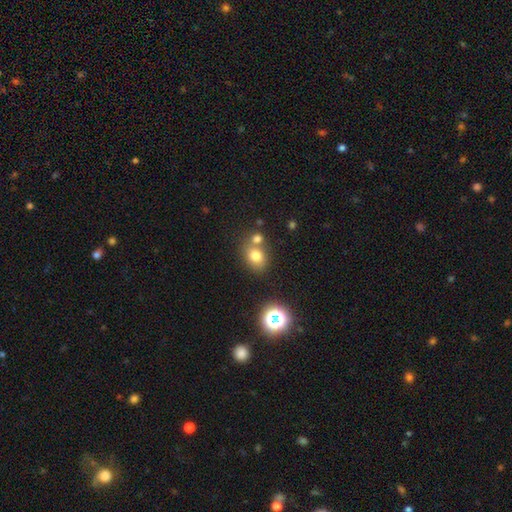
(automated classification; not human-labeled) The model was most divided on "how rounded": round: 54%, in between: 45%, cigar-shaped: 1%. More confident: smooth or featured — smooth (75%); merging — none (56%).